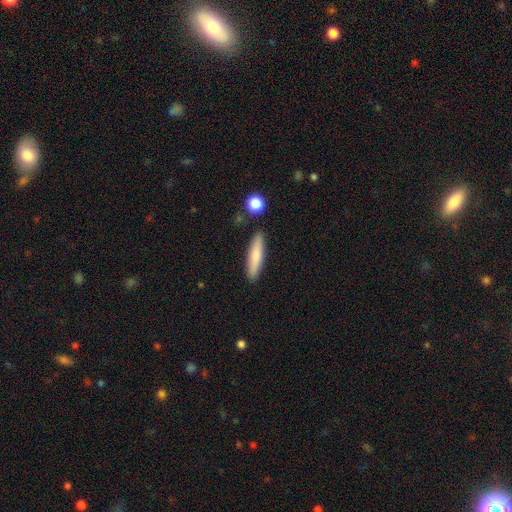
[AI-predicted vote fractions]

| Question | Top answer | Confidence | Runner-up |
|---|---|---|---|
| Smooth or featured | smooth | 77% | featured or disk (17%) |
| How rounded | cigar-shaped | 82% | in between (16%) |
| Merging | none | 87% | minor disturbance (9%) |